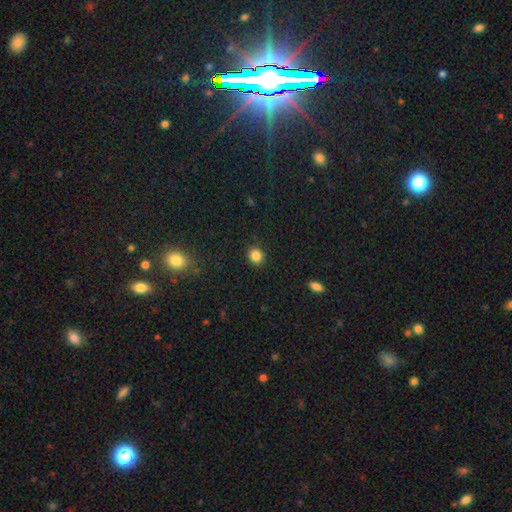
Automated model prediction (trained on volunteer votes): smooth_or_featured: smooth (p=0.86) [alt: star or artifact p=0.11]
how_rounded: round (p=0.86) [alt: in between p=0.13]
merging: none (p=0.91) [alt: minor disturbance p=0.06]